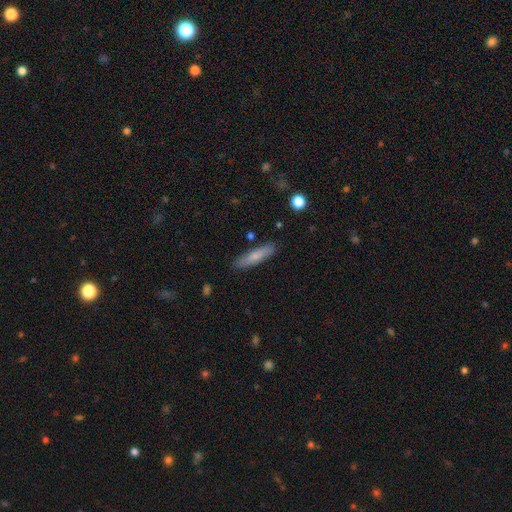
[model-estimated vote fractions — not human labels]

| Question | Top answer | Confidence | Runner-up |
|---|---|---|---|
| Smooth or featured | smooth | 73% | featured or disk (21%) |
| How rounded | cigar-shaped | 79% | in between (19%) |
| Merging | none | 86% | minor disturbance (10%) |